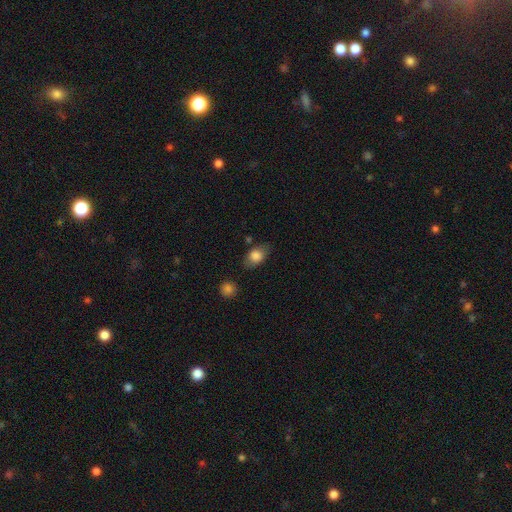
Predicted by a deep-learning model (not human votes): Smooth or featured?
  - smooth: 78% *
  - featured or disk: 14%
  - star or artifact: 8%
How rounded?
  - in between: 81% *
  - round: 16%
  - cigar-shaped: 3%
Merging?
  - none: 75% *
  - minor disturbance: 17%
  - major disturbance: 5%
  - merger: 4%